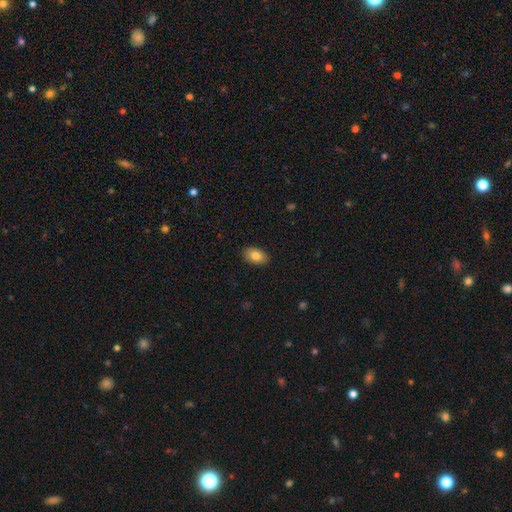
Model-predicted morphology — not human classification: smooth-or-featured: smooth: 83% | featured or disk: 9% | star or artifact: 7%
  how-rounded: in between: 91% | round: 8% | cigar-shaped: 1%
  merging: none: 89% | minor disturbance: 8% | major disturbance: 2% | merger: 1%